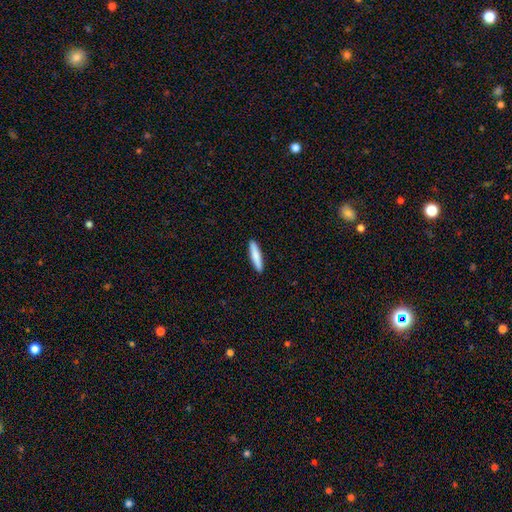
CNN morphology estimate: This appears to be a smooth galaxy with no disk features (82%) that is cigar-shaped (87%). Merging: none (92%).